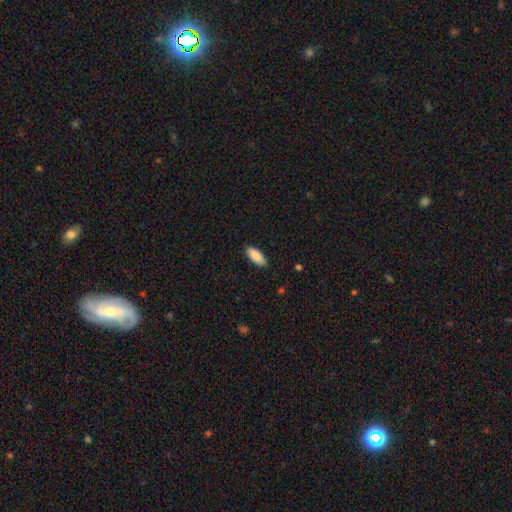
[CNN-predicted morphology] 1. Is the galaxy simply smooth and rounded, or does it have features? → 88% smooth, 6% star or artifact, 6% featured or disk.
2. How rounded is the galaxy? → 84% in between, 15% cigar-shaped, 2% round.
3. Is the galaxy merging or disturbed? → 85% none, 12% minor disturbance, 2% major disturbance, 1% merger.